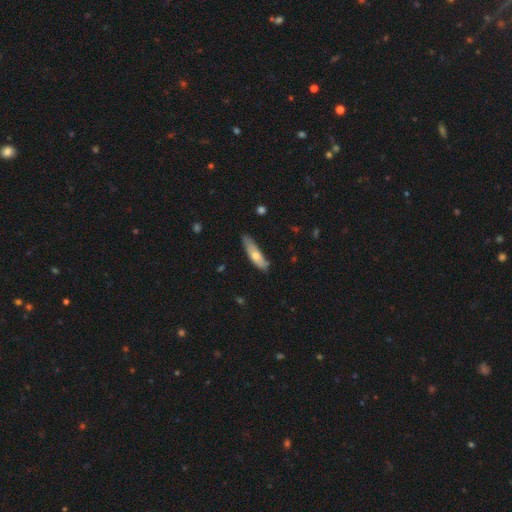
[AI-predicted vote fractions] smooth_or_featured: smooth (p=0.62) [alt: featured or disk p=0.32]
how_rounded: cigar-shaped (p=0.68) [alt: in between p=0.30]
merging: none (p=0.72) [alt: minor disturbance p=0.23]